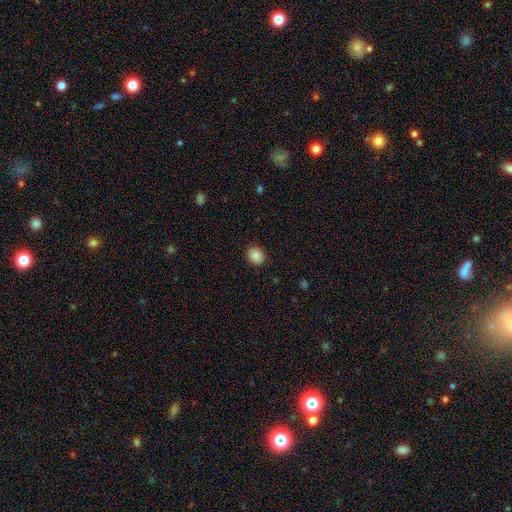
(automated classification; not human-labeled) Smooth or featured?
  - smooth: 88% *
  - star or artifact: 9%
  - featured or disk: 3%
How rounded?
  - round: 65% *
  - in between: 34%
  - cigar-shaped: 1%
Merging?
  - none: 89% *
  - minor disturbance: 8%
  - major disturbance: 2%
  - merger: 1%